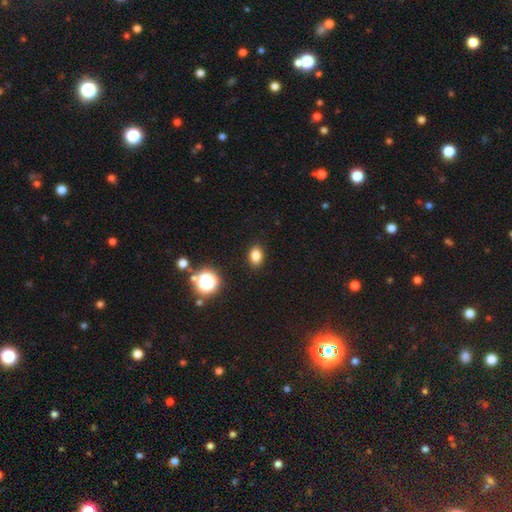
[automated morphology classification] The model was most divided on "how rounded": in between: 74%, round: 24%, cigar-shaped: 1%. More confident: merging — none (89%); smooth or featured — smooth (81%).